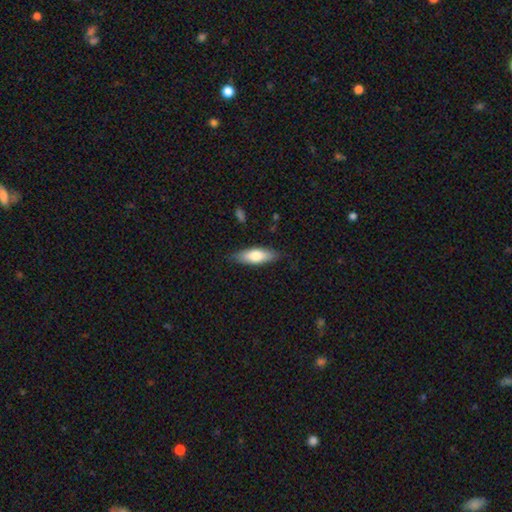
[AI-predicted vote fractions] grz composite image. It shows a smooth galaxy with no disk features (72%) that is in between round and cigar-shaped (62%). Merging: none (83%).